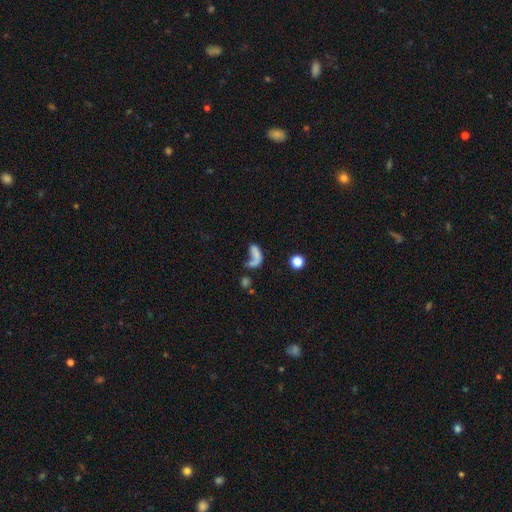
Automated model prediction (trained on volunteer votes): Smooth or featured? Predicted: smooth (p=0.50). Merging? Predicted: major disturbance (p=0.35).